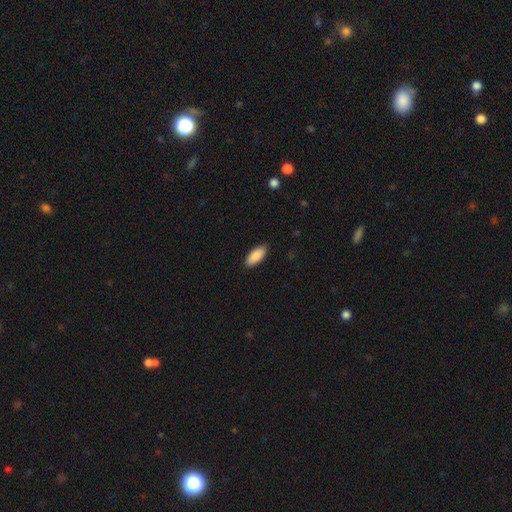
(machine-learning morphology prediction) type=smooth (90%); roundness=in between (88%); merging=none (88%).